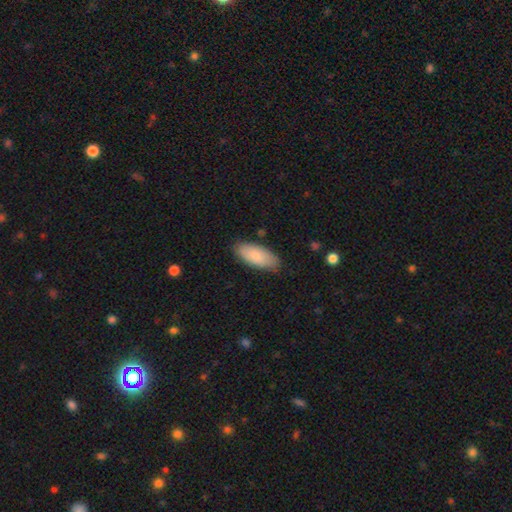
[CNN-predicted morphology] smooth-or-featured: smooth: 82% | featured or disk: 13% | star or artifact: 5%
  how-rounded: in between: 86% | cigar-shaped: 12% | round: 2%
  merging: none: 82% | minor disturbance: 14% | major disturbance: 2% | merger: 1%